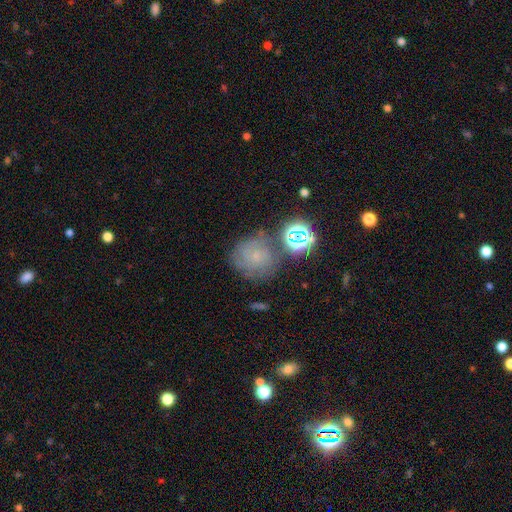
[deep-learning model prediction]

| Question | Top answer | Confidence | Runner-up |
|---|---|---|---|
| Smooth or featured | featured or disk | 46% | smooth (28%) |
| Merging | none | 67% | minor disturbance (16%) |